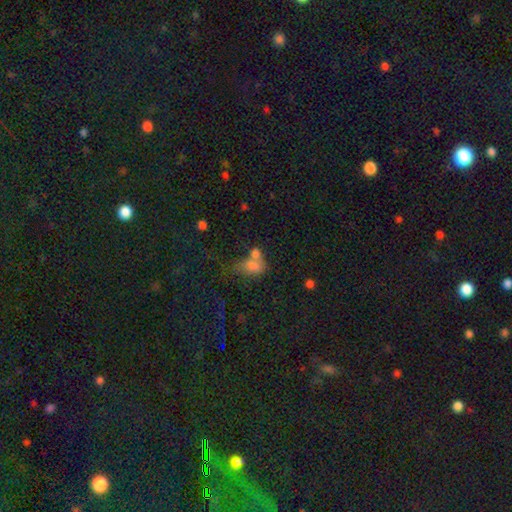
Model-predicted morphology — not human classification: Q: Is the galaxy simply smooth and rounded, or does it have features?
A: smooth — 66%.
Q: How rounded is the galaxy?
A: in between — 74%.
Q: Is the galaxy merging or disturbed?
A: merger — 50%.